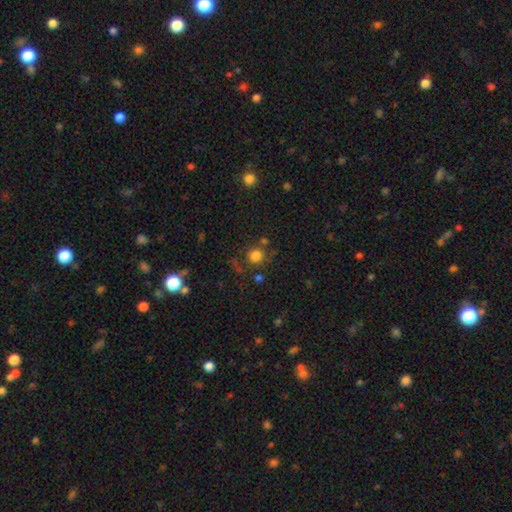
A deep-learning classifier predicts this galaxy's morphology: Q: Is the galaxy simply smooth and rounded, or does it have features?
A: smooth — 78%.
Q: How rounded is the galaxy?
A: round — 92%.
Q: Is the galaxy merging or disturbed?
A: none — 73%.